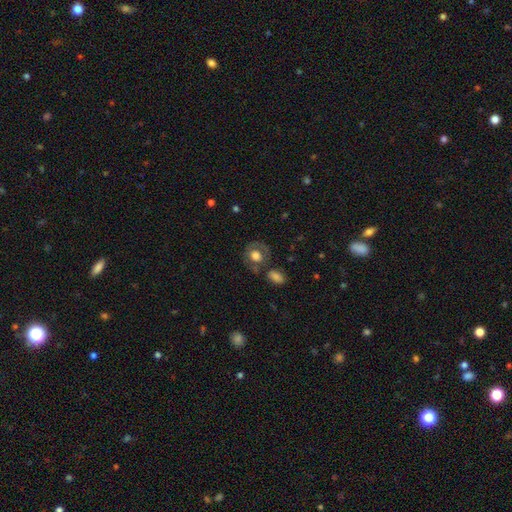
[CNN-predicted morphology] type=smooth (55%); roundness=round (61%); merging=none (60%).